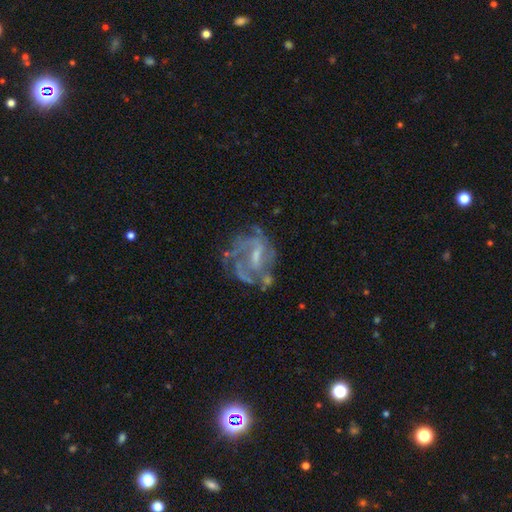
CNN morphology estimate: smooth_or_featured: featured or disk (p=0.80) [alt: smooth p=0.11]
disk_edge_on: no (p=0.97) [alt: yes p=0.03]
bar: weak (p=0.52) [alt: no p=0.26]
has_spiral_arms: yes (p=0.79) [alt: no p=0.21]
spiral_winding: medium (p=0.45) [alt: tight p=0.34]
spiral_arm_count: can't tell (p=0.34) [alt: 3 p=0.23]
bulge_size: small (p=0.41) [alt: moderate p=0.33]
merging: none (p=0.49) [alt: major disturbance p=0.24]